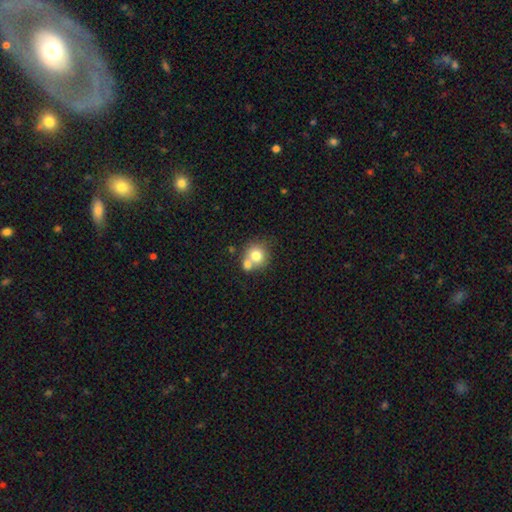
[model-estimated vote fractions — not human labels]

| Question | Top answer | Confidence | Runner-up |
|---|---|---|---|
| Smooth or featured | smooth | 75% | featured or disk (15%) |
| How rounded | round | 82% | in between (17%) |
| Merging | merger | 46% | none (42%) |